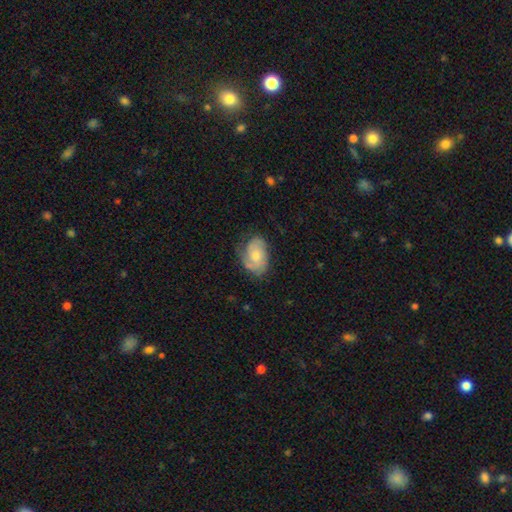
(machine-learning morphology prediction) A featured or disk galaxy (64%) with no bar (71%), 2 (52%) tight (43%) spiral arms (91%) and a moderate central bulge (46%). Merging: none (64%).